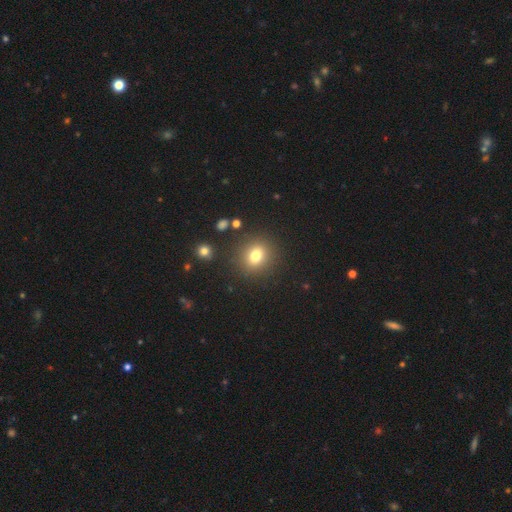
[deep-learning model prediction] smooth 77%, star or artifact 14%, featured or disk 9%. Down the decision tree: how rounded — round (71%); merging — none (87%).